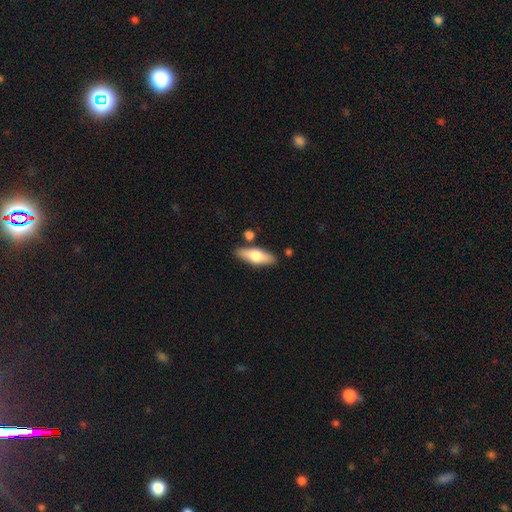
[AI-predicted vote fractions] Smooth or featured? smooth (62%)
How rounded? in between (62%)
Merging? none (81%)